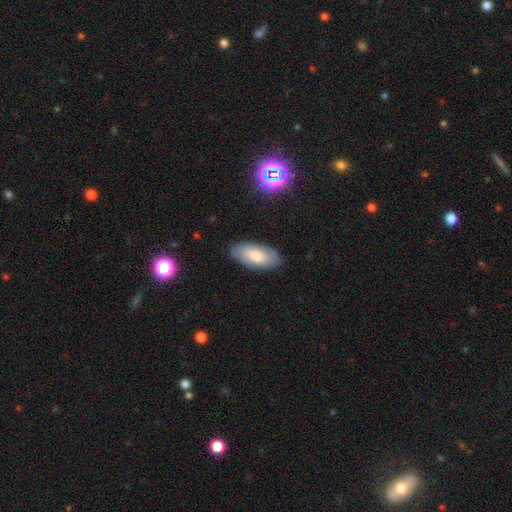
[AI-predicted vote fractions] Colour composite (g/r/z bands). It shows a smooth galaxy with no disk features (75%) that is in between round and cigar-shaped (90%). Merging: none (82%).